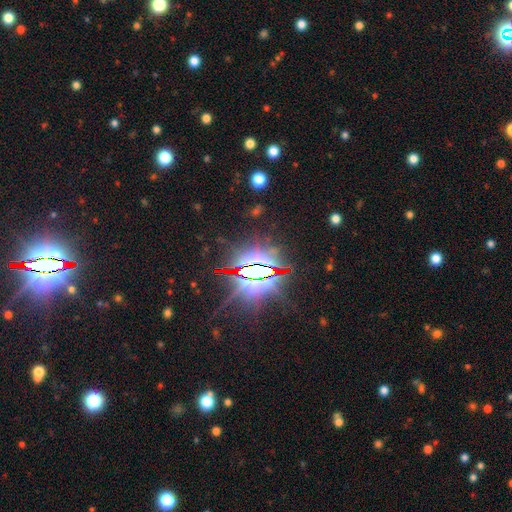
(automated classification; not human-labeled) star or artifact 86%, smooth 7%, featured or disk 7%.